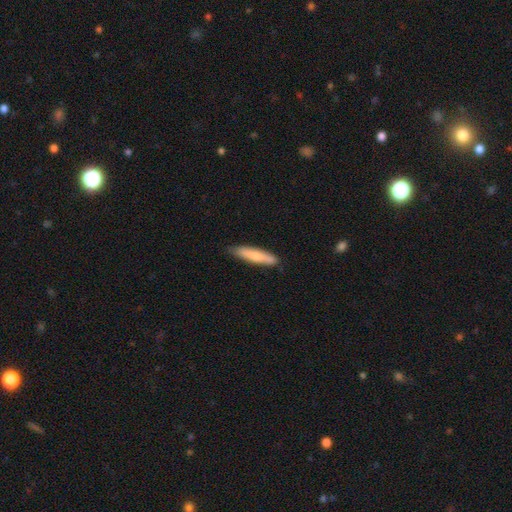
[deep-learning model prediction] Smooth or featured?
  - smooth: 74% *
  - featured or disk: 21%
  - star or artifact: 5%
How rounded?
  - cigar-shaped: 86% *
  - in between: 12%
  - round: 1%
Merging?
  - none: 82% *
  - minor disturbance: 14%
  - major disturbance: 2%
  - merger: 1%